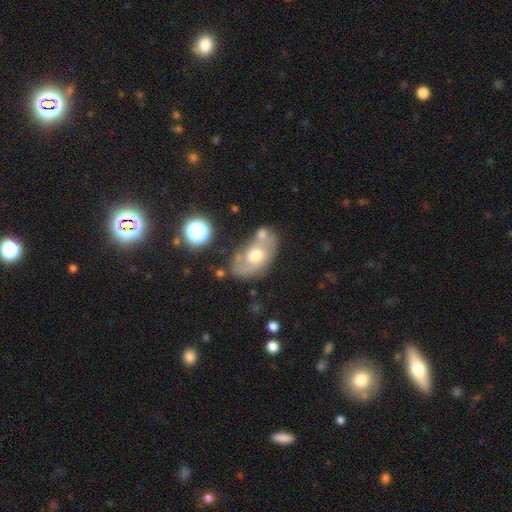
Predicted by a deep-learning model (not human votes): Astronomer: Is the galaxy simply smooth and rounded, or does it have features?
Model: featured or disk — 58%.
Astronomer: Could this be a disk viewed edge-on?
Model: no — 93%.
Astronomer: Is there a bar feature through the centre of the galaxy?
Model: no — 75%.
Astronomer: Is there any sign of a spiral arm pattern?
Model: yes — 58% (runner-up: no, 42%).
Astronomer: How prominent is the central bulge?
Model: moderate — 60%.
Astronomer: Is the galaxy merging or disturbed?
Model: none — 49%.